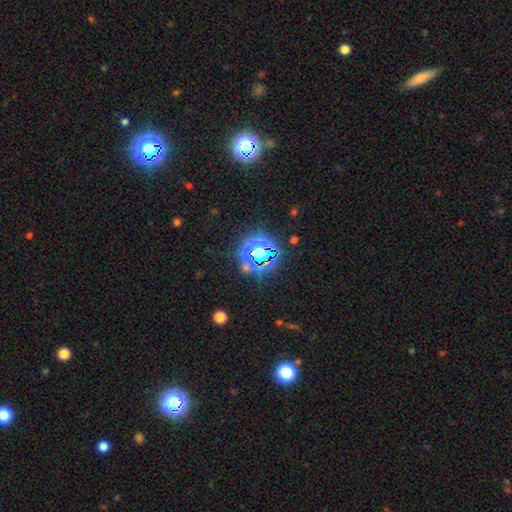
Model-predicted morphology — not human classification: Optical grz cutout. It shows a star or artifact, not a galaxy (72%).